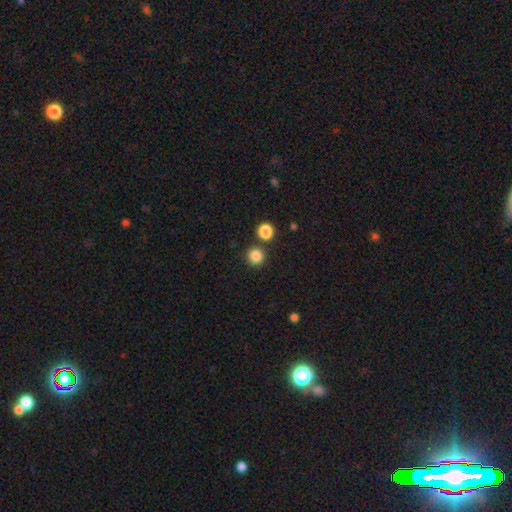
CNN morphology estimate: Q: Smooth or featured?
A: smooth (85%); runner-up: star or artifact (11%)
Q: How rounded?
A: round (94%); runner-up: in between (5%)
Q: Merging?
A: none (82%); runner-up: merger (10%)